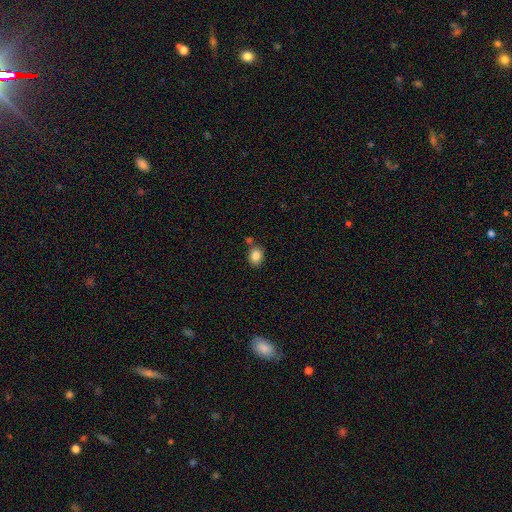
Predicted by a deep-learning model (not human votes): Morphology: type=smooth (85%); roundness=round (52%); merging=none (76%).